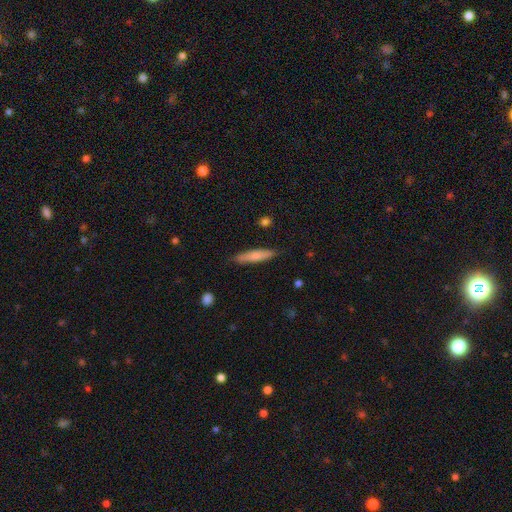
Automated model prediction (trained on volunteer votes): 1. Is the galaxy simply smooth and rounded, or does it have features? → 72% smooth, 23% featured or disk, 6% star or artifact.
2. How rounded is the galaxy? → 85% cigar-shaped, 13% in between, 2% round.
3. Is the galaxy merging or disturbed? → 84% none, 12% minor disturbance, 2% major disturbance, 1% merger.